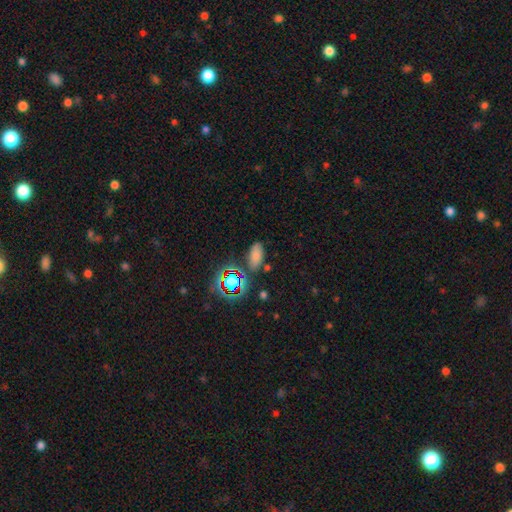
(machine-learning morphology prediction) Smooth or featured: smooth — 70% (star or artifact — 21%)
How rounded: in between — 88% (cigar-shaped — 6%)
Merging: none — 72% (minor disturbance — 17%)